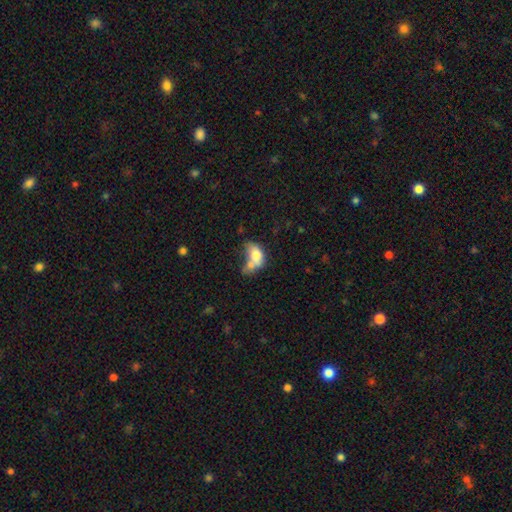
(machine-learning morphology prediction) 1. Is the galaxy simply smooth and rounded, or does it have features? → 67% smooth, 23% featured or disk, 10% star or artifact.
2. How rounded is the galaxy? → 84% in between, 13% round, 3% cigar-shaped.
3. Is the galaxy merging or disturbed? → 50% merger, 18% none, 18% major disturbance, 15% minor disturbance.